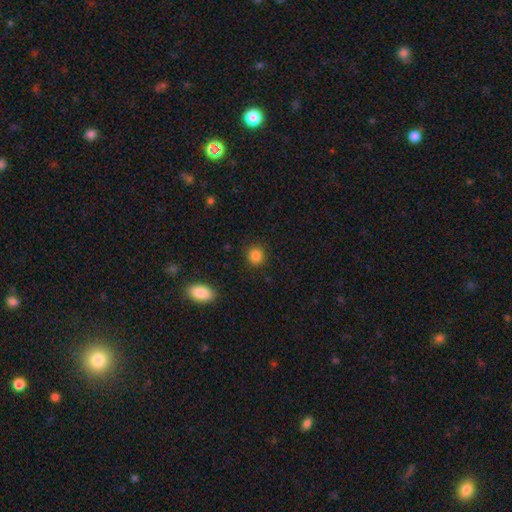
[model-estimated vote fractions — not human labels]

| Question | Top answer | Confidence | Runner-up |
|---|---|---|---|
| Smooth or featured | smooth | 84% | star or artifact (11%) |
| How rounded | round | 87% | in between (12%) |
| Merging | none | 90% | minor disturbance (6%) |